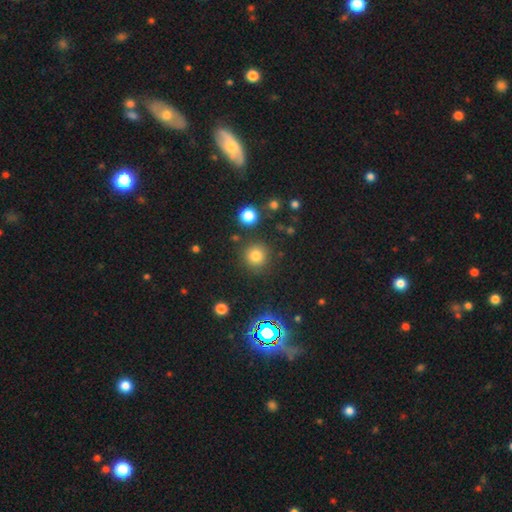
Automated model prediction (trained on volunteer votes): This appears to be a smooth galaxy with no disk features (76%) that is round (94%). Merging: none (85%).